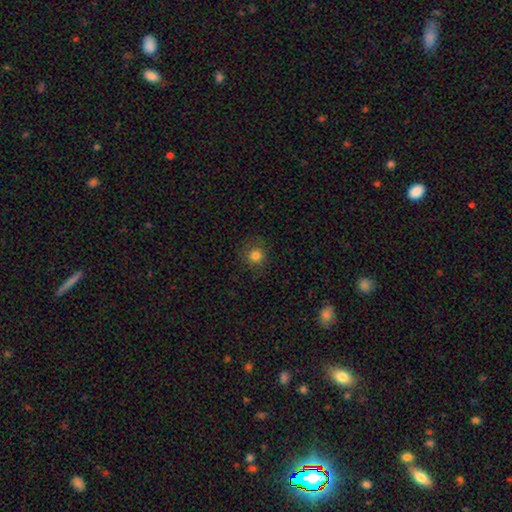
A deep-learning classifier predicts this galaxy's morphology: smooth 81%, star or artifact 13%, featured or disk 6%. Down the decision tree: how rounded — round (91%); merging — none (84%).